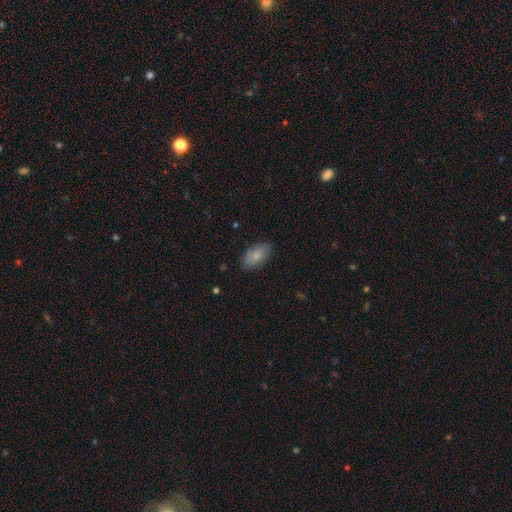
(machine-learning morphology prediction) Q: Smooth or featured?
A: smooth (80%); runner-up: featured or disk (14%)
Q: How rounded?
A: in between (93%); runner-up: round (4%)
Q: Merging?
A: none (82%); runner-up: minor disturbance (14%)